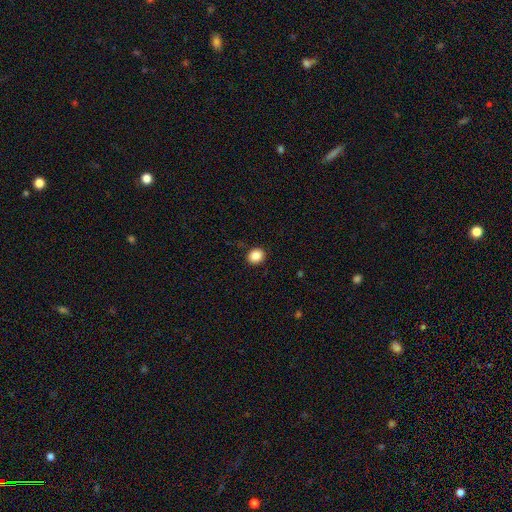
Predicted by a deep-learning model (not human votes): smooth 88%, star or artifact 9%, featured or disk 3%. Down the decision tree: how rounded — round (73%); merging — none (90%).